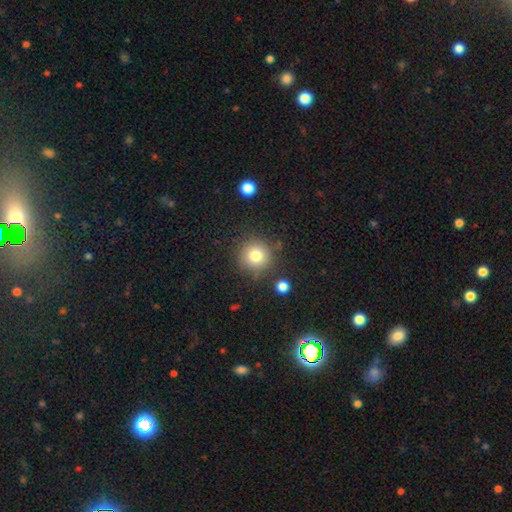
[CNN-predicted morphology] The model was most divided on "smooth or featured": smooth: 79%, star or artifact: 12%, featured or disk: 9%. More confident: how rounded — round (94%); merging — none (83%).